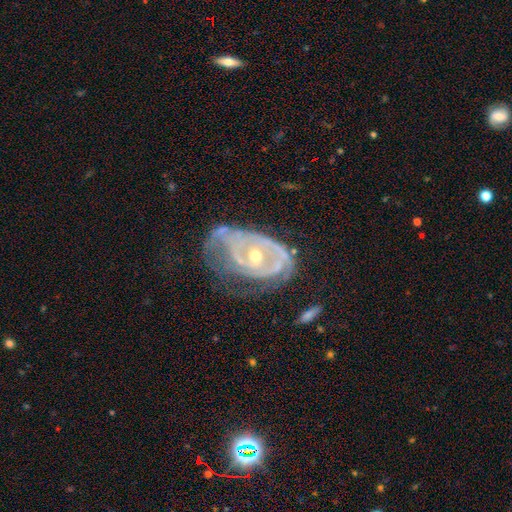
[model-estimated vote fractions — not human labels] A featured or disk galaxy (82%) with no bar (73%), tight (62%) spiral arms (73%) and a moderate central bulge (52%). Merging: none (34%).